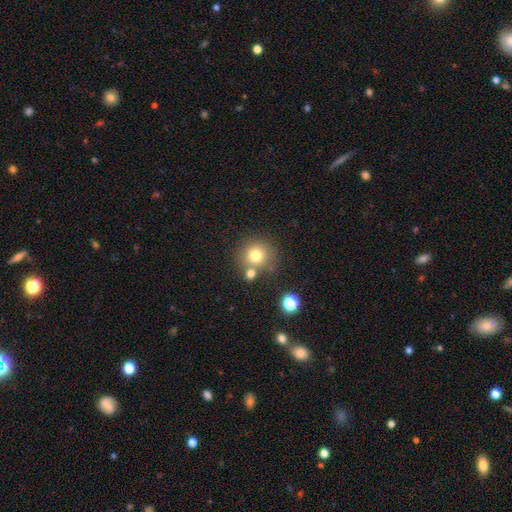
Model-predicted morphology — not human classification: This appears to be a smooth galaxy with no disk features (76%) that is round (91%). Merging: none (69%).